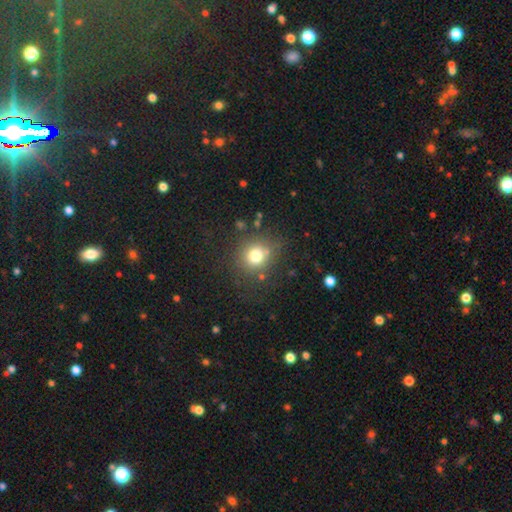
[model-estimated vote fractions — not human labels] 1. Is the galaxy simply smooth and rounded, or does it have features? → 75% smooth, 15% star or artifact, 10% featured or disk.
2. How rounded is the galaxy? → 84% round, 15% in between, 1% cigar-shaped.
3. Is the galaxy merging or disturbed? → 76% none, 13% minor disturbance, 7% major disturbance, 5% merger.